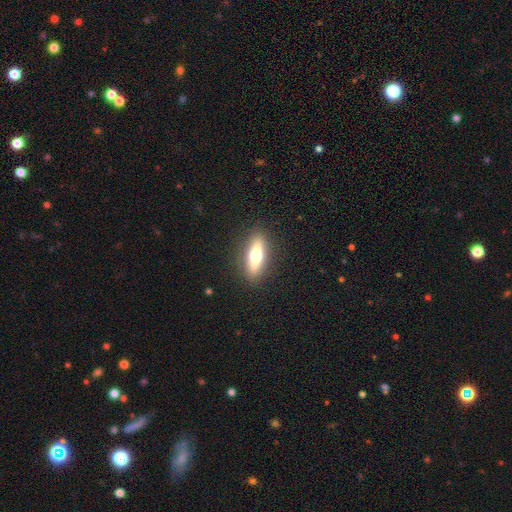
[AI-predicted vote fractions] smooth-or-featured: smooth: 51% | featured or disk: 41% | star or artifact: 7%
  how-rounded: cigar-shaped: 51% | in between: 45% | round: 4%
  merging: none: 90% | minor disturbance: 7% | major disturbance: 2% | merger: 1%